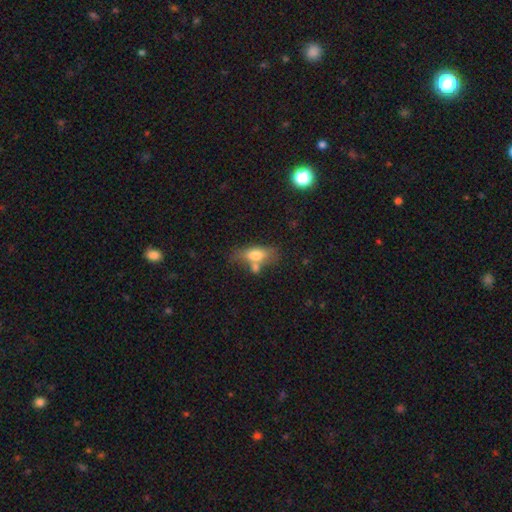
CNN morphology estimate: type=smooth (70%); roundness=in between (78%); merging=none (46%).